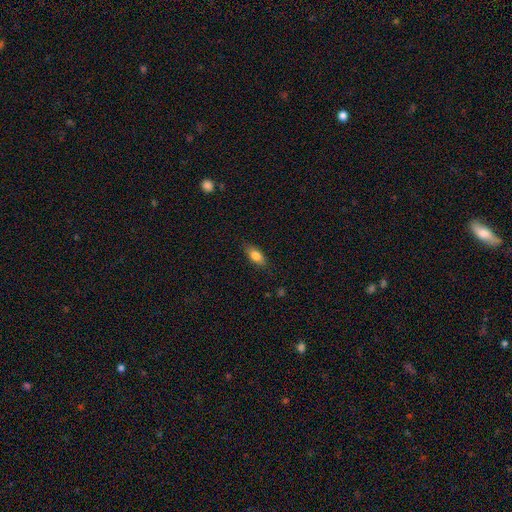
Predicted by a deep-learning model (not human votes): A smooth galaxy with no disk features (79%) that is in between round and cigar-shaped (81%). Merging: none (83%).